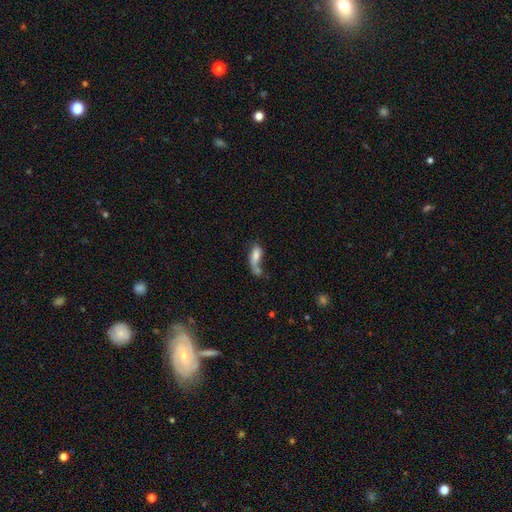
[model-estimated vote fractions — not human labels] Morphology: type=smooth (72%); roundness=in between (71%); merging=merger (42%).